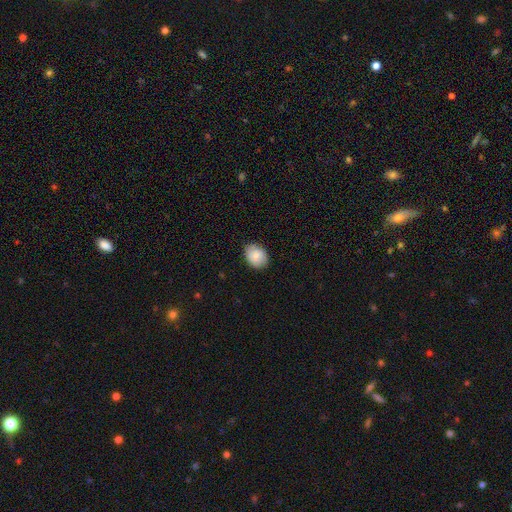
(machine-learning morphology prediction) Smooth or featured?
  - smooth: 85% *
  - featured or disk: 8%
  - star or artifact: 7%
How rounded?
  - in between: 58% *
  - round: 41%
  - cigar-shaped: 1%
Merging?
  - none: 82% *
  - minor disturbance: 14%
  - major disturbance: 3%
  - merger: 1%